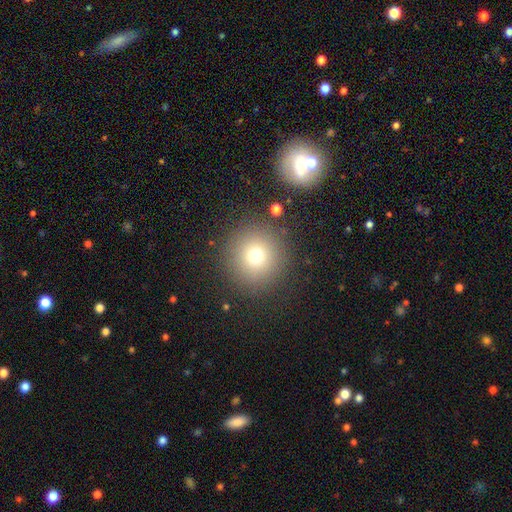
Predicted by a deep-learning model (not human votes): A smooth galaxy with no disk features (73%) that is round (95%).

Vote fractions:
- Smooth or featured? smooth: 73% / star or artifact: 17% / featured or disk: 11%
- How rounded? round: 95% / in between: 4% / cigar-shaped: 1%
- Merging? none: 88% / minor disturbance: 7% / major disturbance: 3% / merger: 2%